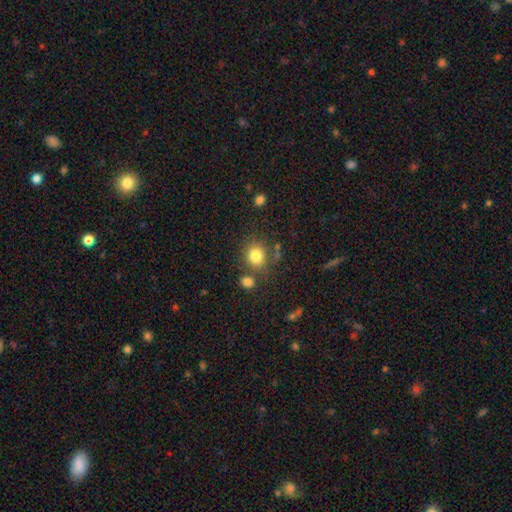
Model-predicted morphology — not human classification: The model was most divided on "merging": none: 70%, merger: 13%, minor disturbance: 12%, major disturbance: 5%. More confident: smooth or featured — smooth (81%); how rounded — round (79%).